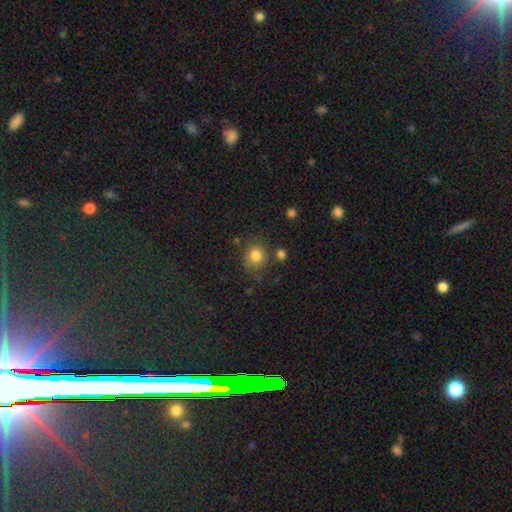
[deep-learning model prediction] A smooth galaxy with no disk features (82%) that is round (81%). Merging: none (77%).